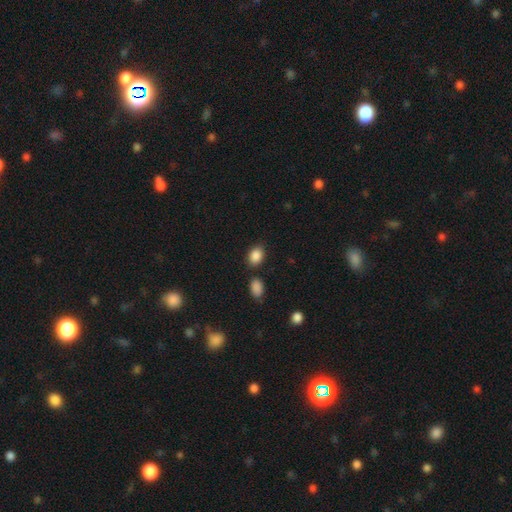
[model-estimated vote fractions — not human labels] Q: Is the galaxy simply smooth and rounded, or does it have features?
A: smooth — 88%.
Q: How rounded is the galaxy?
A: in between — 75%.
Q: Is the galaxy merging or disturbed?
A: none — 77%.